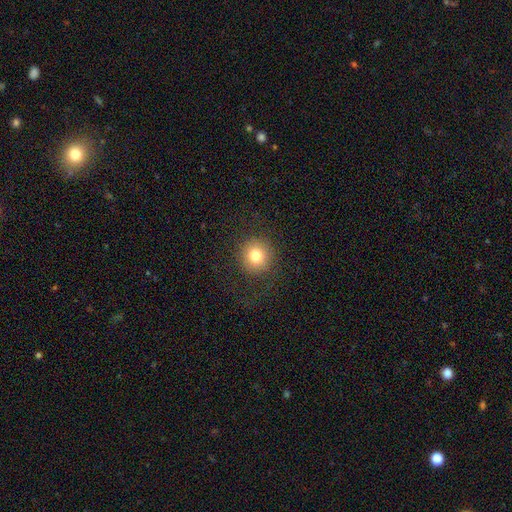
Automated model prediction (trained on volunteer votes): A smooth galaxy with no disk features (79%) that is round (93%).

Vote fractions:
- Smooth or featured? smooth: 79% / star or artifact: 12% / featured or disk: 10%
- How rounded? round: 93% / in between: 6% / cigar-shaped: 1%
- Merging? none: 85% / minor disturbance: 8% / major disturbance: 6% / merger: 1%